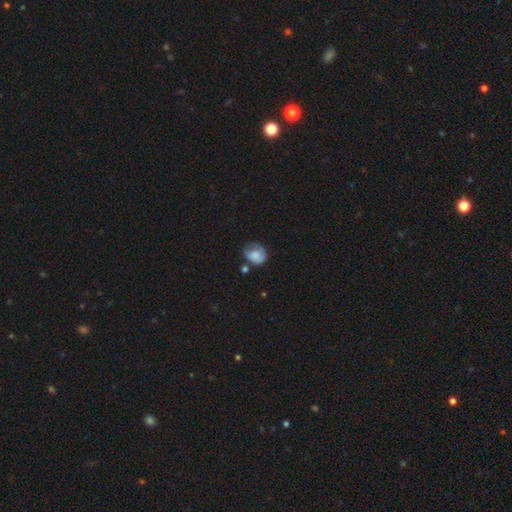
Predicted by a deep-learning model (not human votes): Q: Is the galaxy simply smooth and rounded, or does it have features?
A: smooth — 72%.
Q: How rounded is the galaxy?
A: round — 65%.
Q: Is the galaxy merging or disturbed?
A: none — 42%.